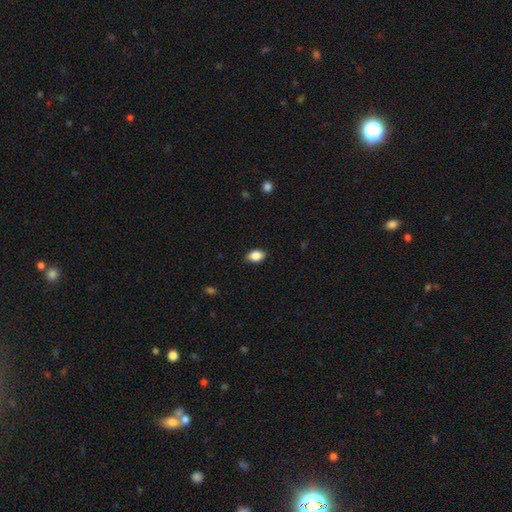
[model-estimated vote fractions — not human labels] Overall: smooth (87%). How rounded: in between (86%). Merging: none (85%).